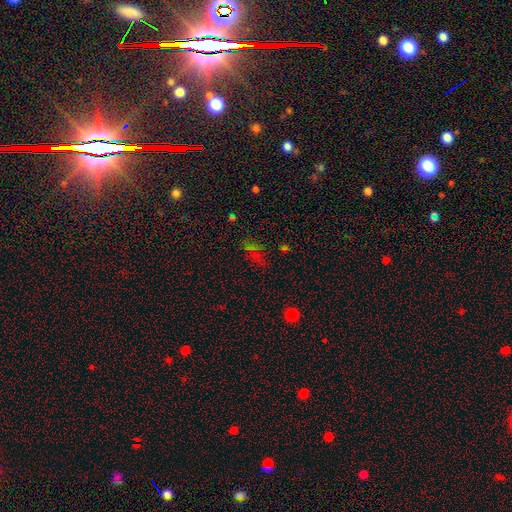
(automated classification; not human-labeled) A star or artifact, not a galaxy (53%).